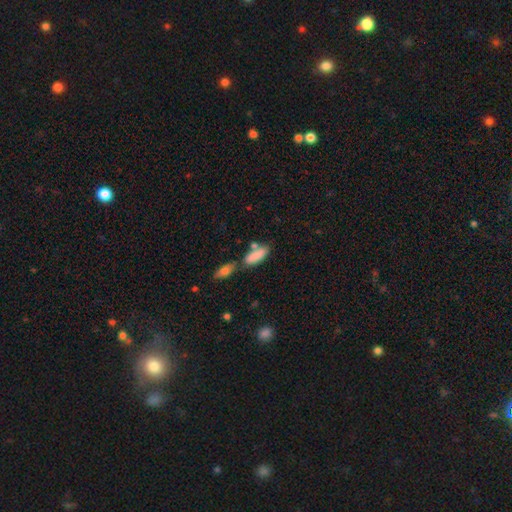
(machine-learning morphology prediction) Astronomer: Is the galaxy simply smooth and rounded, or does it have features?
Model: smooth — 85%.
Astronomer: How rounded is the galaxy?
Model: in between — 67%.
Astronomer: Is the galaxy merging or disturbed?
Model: none — 54%.